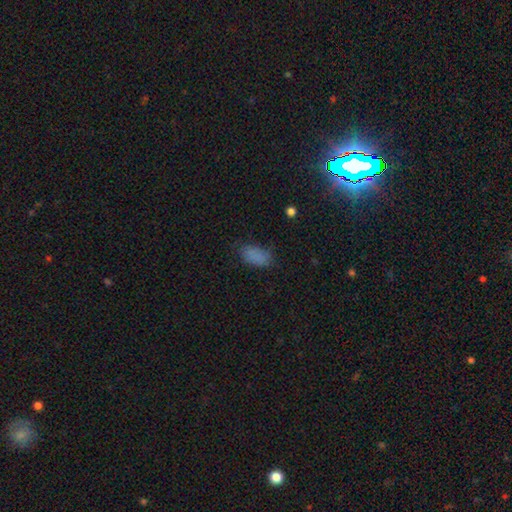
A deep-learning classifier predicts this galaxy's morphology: smooth_or_featured: smooth (p=0.82) [alt: star or artifact p=0.12]
how_rounded: in between (p=0.92) [alt: round p=0.05]
merging: none (p=0.68) [alt: minor disturbance p=0.22]